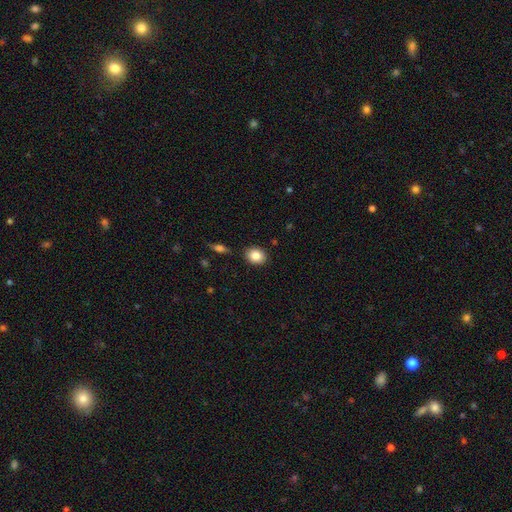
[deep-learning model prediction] A smooth galaxy with no disk features (85%) that is round (50%). Merging: none (87%).